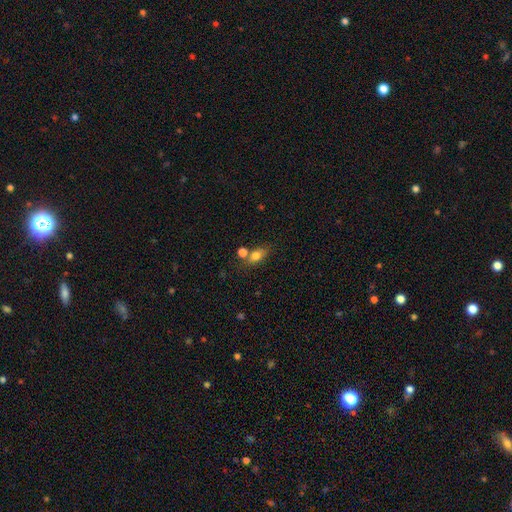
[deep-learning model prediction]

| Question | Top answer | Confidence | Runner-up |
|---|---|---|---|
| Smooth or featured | smooth | 77% | featured or disk (12%) |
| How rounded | in between | 73% | round (21%) |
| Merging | none | 56% | merger (23%) |